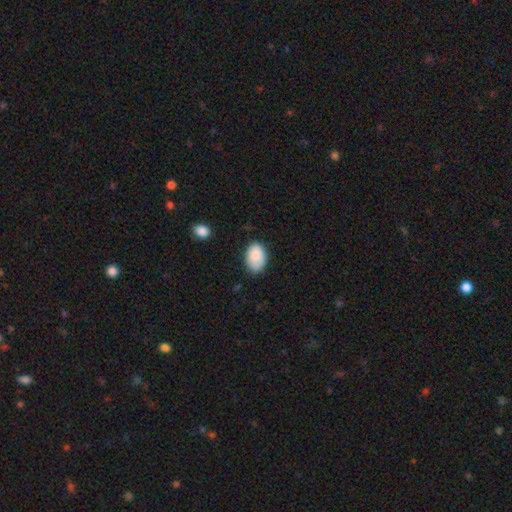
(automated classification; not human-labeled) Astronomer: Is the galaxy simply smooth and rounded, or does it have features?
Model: smooth — 86%.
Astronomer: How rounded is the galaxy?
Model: in between — 87%.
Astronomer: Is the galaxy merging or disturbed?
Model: none — 69%.